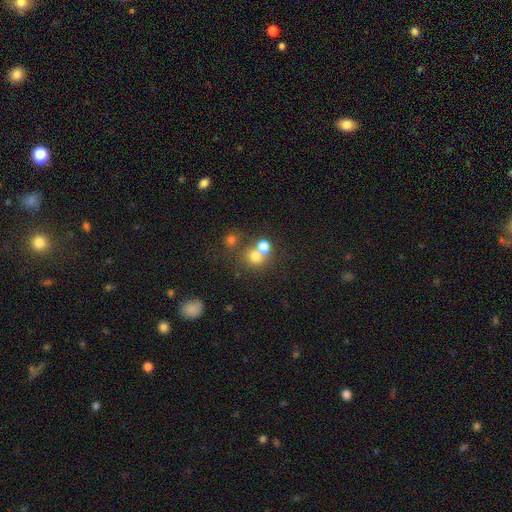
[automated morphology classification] smooth_or_featured: smooth (p=0.72) [alt: star or artifact p=0.16]
how_rounded: round (p=0.80) [alt: in between p=0.19]
merging: none (p=0.45) [alt: merger p=0.43]